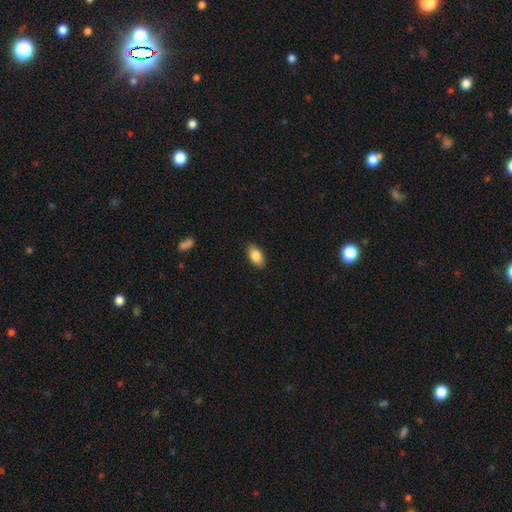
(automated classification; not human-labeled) A smooth galaxy with no disk features (85%) that is in between round and cigar-shaped (92%).

Vote fractions:
- Smooth or featured? smooth: 85% / featured or disk: 8% / star or artifact: 7%
- How rounded? in between: 92% / cigar-shaped: 4% / round: 4%
- Merging? none: 87% / minor disturbance: 10% / major disturbance: 2% / merger: 1%